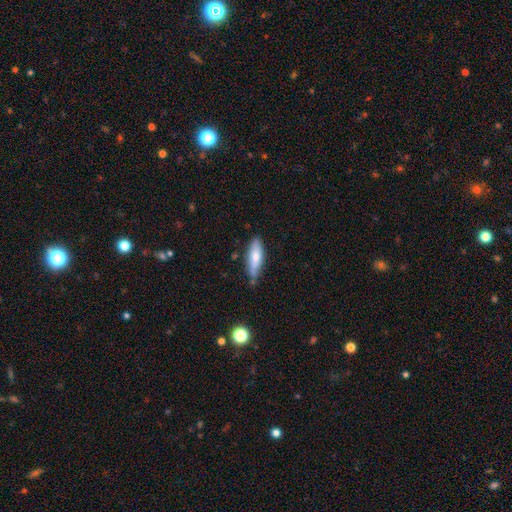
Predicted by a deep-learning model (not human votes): smooth-or-featured: smooth: 69% | featured or disk: 25% | star or artifact: 7%
  how-rounded: cigar-shaped: 58% | in between: 40% | round: 2%
  merging: none: 71% | minor disturbance: 21% | merger: 4% | major disturbance: 3%